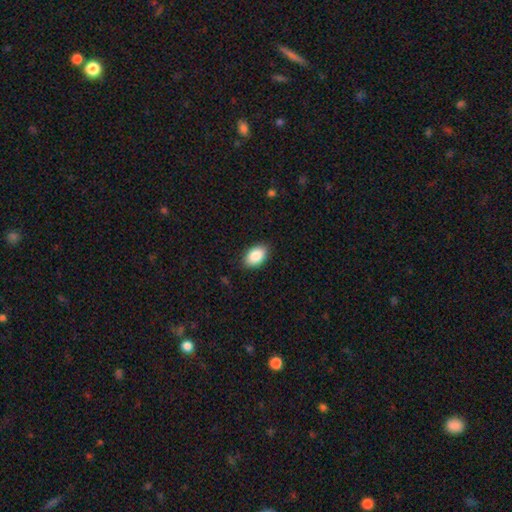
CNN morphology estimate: Smooth or featured: smooth — 87% (star or artifact — 7%)
How rounded: in between — 91% (round — 7%)
Merging: none — 88% (minor disturbance — 9%)